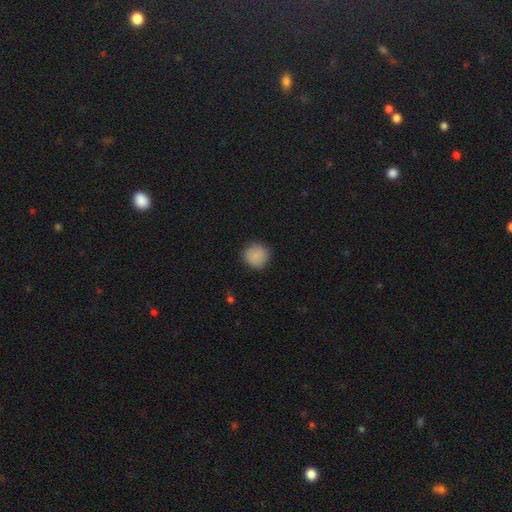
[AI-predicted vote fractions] Smooth or featured? Predicted: smooth (p=0.86). How rounded? Predicted: round (p=0.91). Merging? Predicted: none (p=0.82).